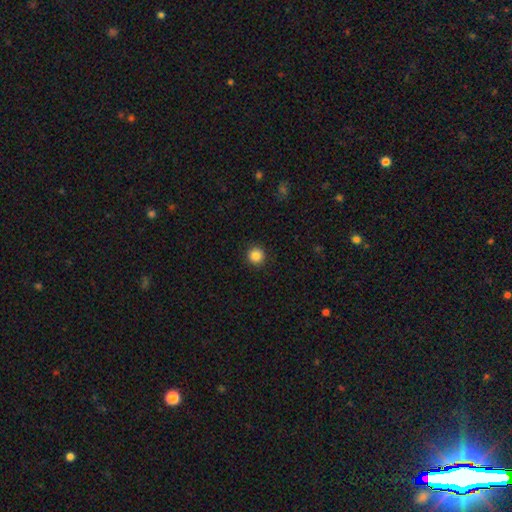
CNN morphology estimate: Smooth or featured? Predicted: smooth (p=0.86). How rounded? Predicted: round (p=0.95). Merging? Predicted: none (p=0.92).